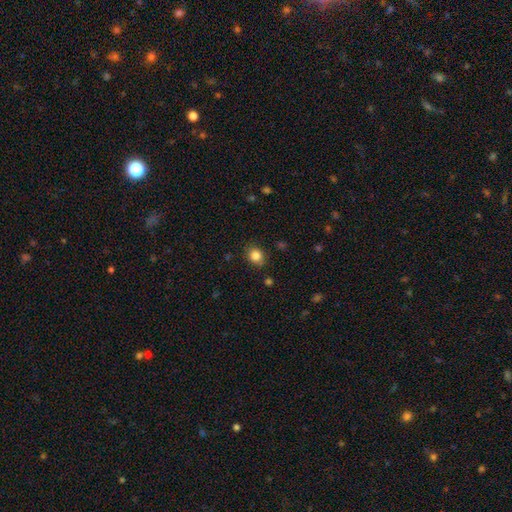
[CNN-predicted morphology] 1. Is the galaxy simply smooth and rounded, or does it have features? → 84% smooth, 11% star or artifact, 6% featured or disk.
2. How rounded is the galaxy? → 68% round, 31% in between, 1% cigar-shaped.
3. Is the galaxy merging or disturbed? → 85% none, 11% minor disturbance, 3% major disturbance, 2% merger.